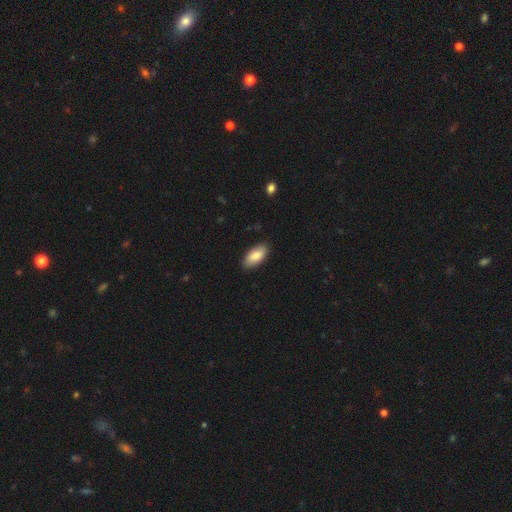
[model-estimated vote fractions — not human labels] This is clearly a smooth galaxy (85%). How rounded: clearly in between (91%). Merging: clearly none (87%).